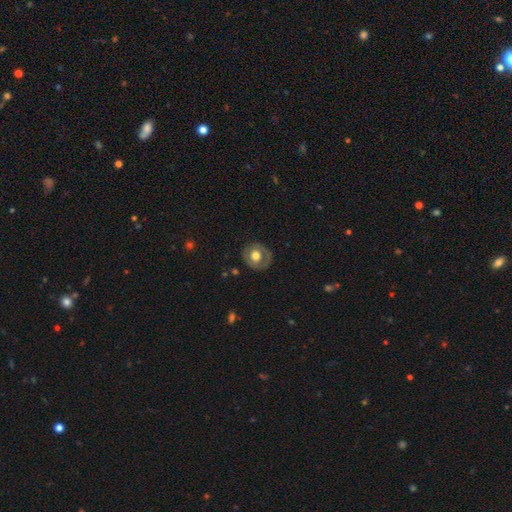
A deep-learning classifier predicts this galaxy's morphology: Smooth or featured? smooth (51%)
How rounded? round (77%)
Merging? none (79%)